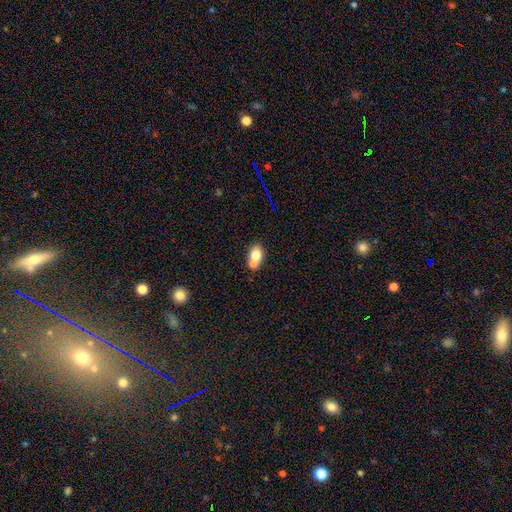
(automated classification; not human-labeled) Morphology: type=smooth (75%); roundness=in between (64%); merging=merger (48%).